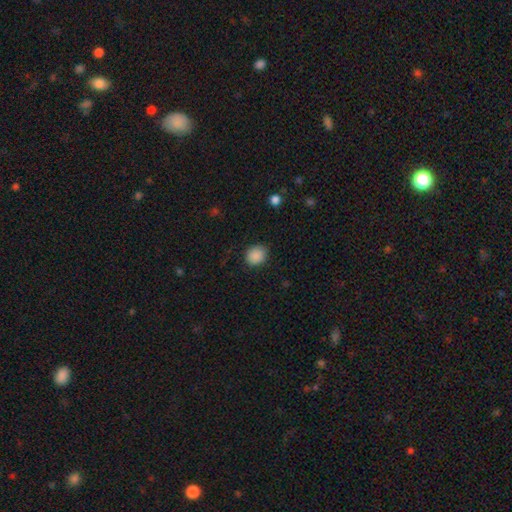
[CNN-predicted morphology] smooth 89%, star or artifact 9%, featured or disk 3%. Down the decision tree: how rounded — round (70%); merging — none (84%).